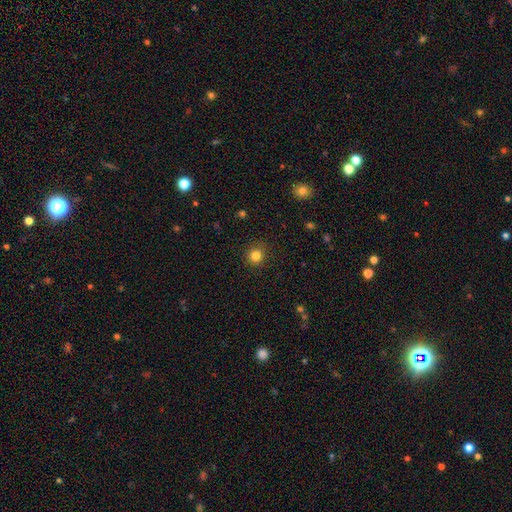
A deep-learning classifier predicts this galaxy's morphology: smooth_or_featured: smooth (p=0.82) [alt: star or artifact p=0.13]
how_rounded: round (p=0.91) [alt: in between p=0.09]
merging: none (p=0.90) [alt: minor disturbance p=0.07]